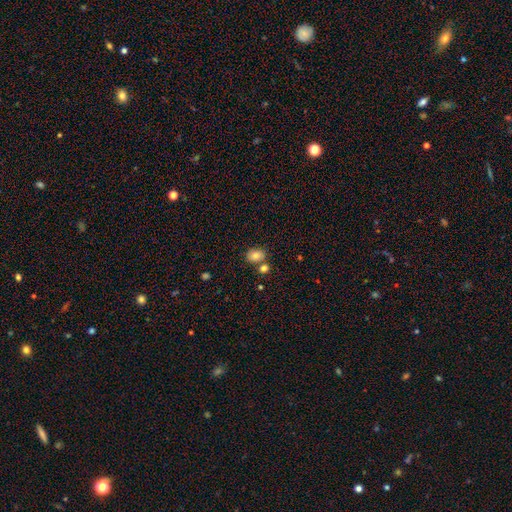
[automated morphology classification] smooth_or_featured: smooth (p=0.82) [alt: star or artifact p=0.10]
how_rounded: in between (p=0.65) [alt: round p=0.34]
merging: none (p=0.69) [alt: merger p=0.17]